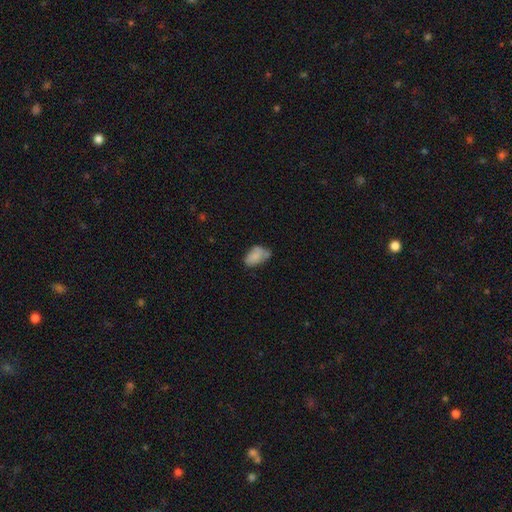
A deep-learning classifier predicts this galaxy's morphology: Overall: smooth (74%). How rounded: in between (91%). Merging: none (43%; minor disturbance 34%).